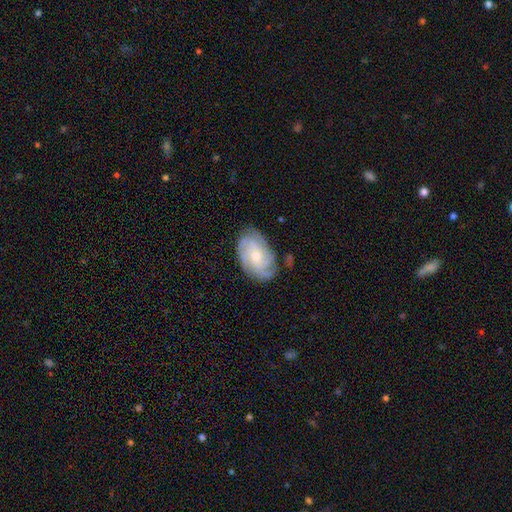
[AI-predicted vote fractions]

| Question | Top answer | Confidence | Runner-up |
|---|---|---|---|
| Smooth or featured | featured or disk | 79% | smooth (15%) |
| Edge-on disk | no | 96% | yes (4%) |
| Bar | no | 68% | weak (28%) |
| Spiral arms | yes | 96% | no (4%) |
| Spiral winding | tight | 56% | medium (35%) |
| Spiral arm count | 3 | 30% | can't tell (24%) |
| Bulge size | moderate | 50% | small (42%) |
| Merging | none | 76% | minor disturbance (17%) |